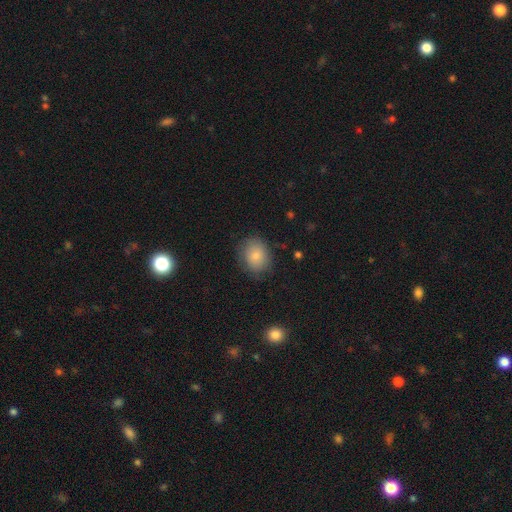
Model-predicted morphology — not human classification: smooth_or_featured: smooth (p=0.82) [alt: featured or disk p=0.10]
how_rounded: round (p=0.52) [alt: in between p=0.47]
merging: none (p=0.78) [alt: minor disturbance p=0.16]